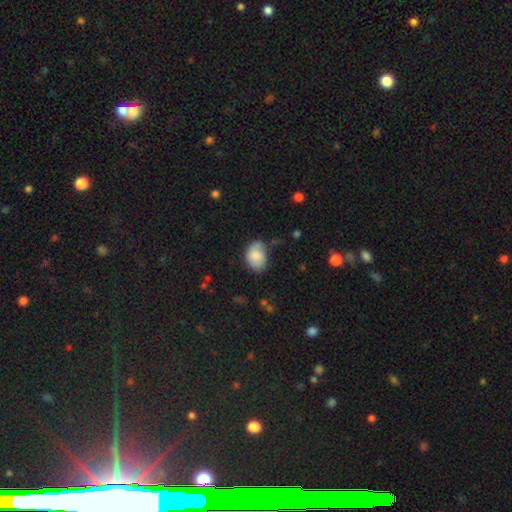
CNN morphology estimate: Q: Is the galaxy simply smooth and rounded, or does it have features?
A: smooth — 80%.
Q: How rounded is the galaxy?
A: in between — 77%.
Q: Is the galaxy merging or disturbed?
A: none — 58%.